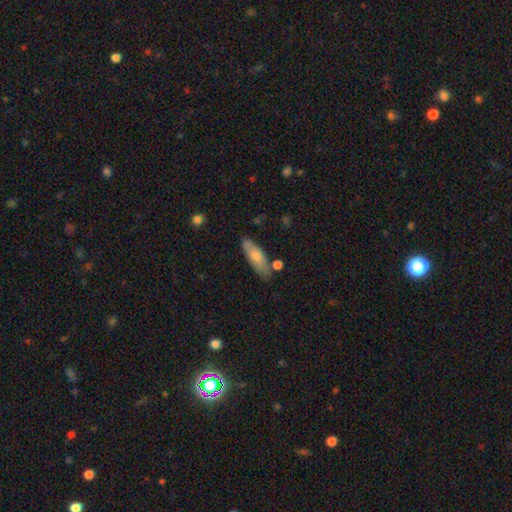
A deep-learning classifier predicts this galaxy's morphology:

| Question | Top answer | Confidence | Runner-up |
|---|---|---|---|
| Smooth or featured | smooth | 64% | featured or disk (30%) |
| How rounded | in between | 54% | cigar-shaped (44%) |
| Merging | none | 74% | minor disturbance (17%) |